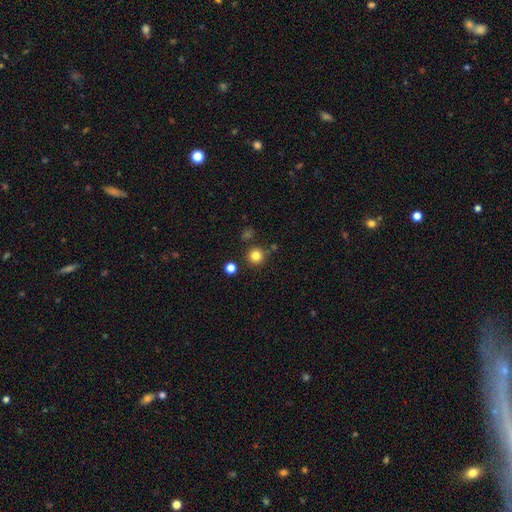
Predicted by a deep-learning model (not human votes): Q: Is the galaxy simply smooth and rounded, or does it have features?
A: smooth — 82%.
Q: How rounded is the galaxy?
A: round — 94%.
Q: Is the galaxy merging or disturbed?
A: none — 85%.